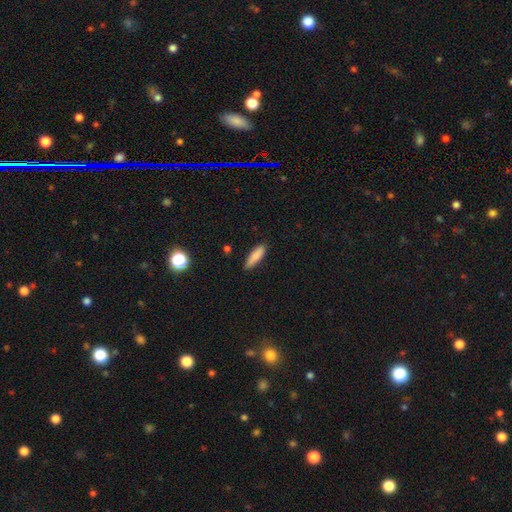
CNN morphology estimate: This appears to be a smooth galaxy with no disk features (85%) that is cigar-shaped (61%). Merging: none (83%).